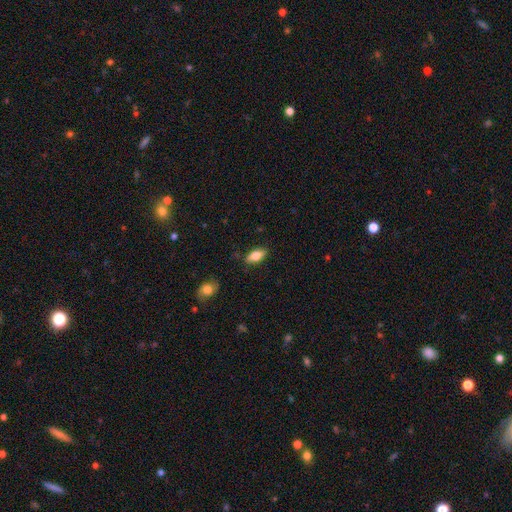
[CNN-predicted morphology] A smooth galaxy with no disk features (74%) that is in between round and cigar-shaped (83%).

Vote fractions:
- Smooth or featured? smooth: 74% / featured or disk: 19% / star or artifact: 7%
- How rounded? in between: 83% / cigar-shaped: 14% / round: 3%
- Merging? none: 85% / minor disturbance: 11% / major disturbance: 2% / merger: 1%